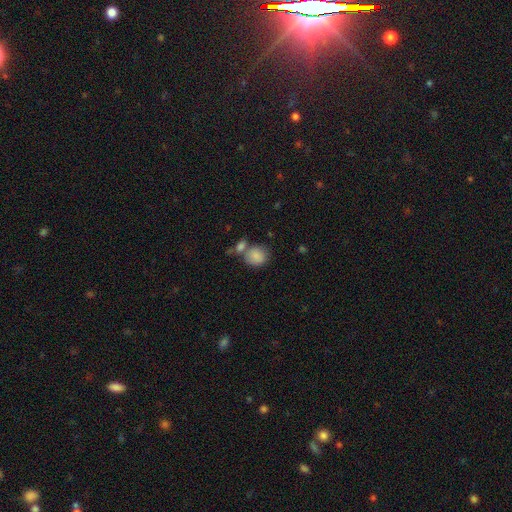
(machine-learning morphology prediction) A smooth galaxy with no disk features (86%) that is round (70%).

Vote fractions:
- Smooth or featured? smooth: 86% / star or artifact: 8% / featured or disk: 7%
- How rounded? round: 70% / in between: 29% / cigar-shaped: 1%
- Merging? none: 50% / merger: 32% / minor disturbance: 13% / major disturbance: 5%